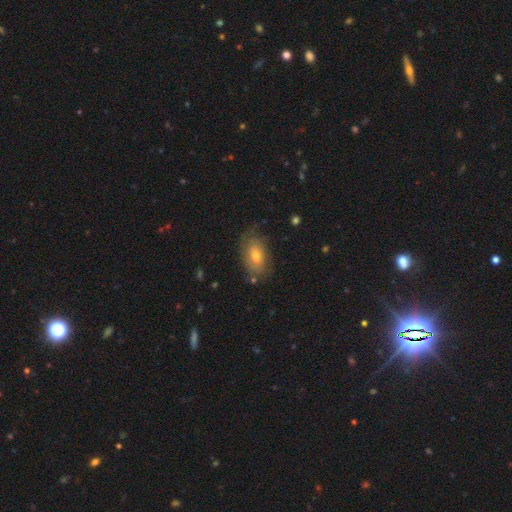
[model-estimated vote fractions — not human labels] Morphology: type=smooth (49%); merging=none (66%).